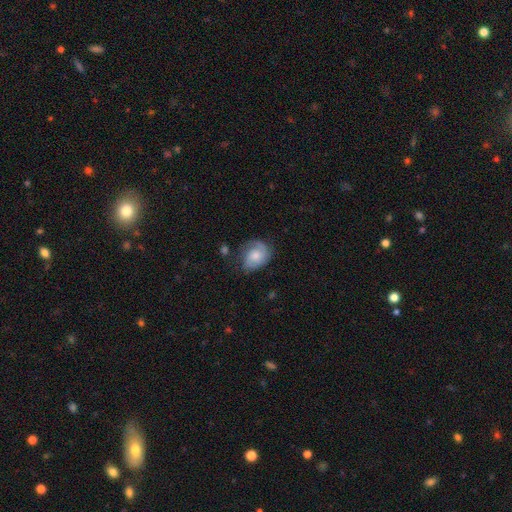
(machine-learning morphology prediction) Q: Smooth or featured?
A: featured or disk (54%); runner-up: smooth (39%)
Q: Edge-on disk?
A: no (97%); runner-up: yes (3%)
Q: Bar?
A: no (73%); runner-up: weak (24%)
Q: Spiral arms?
A: yes (86%); runner-up: no (14%)
Q: Bulge size?
A: moderate (43%); runner-up: small (25%)
Q: Merging?
A: none (54%); runner-up: minor disturbance (28%)